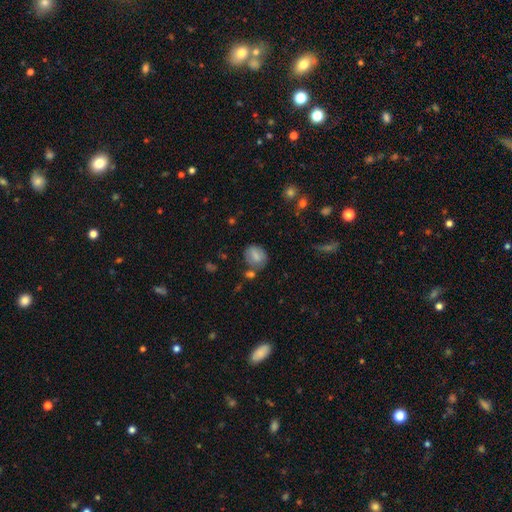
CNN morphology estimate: type=smooth (74%); roundness=round (52%); merging=none (58%).